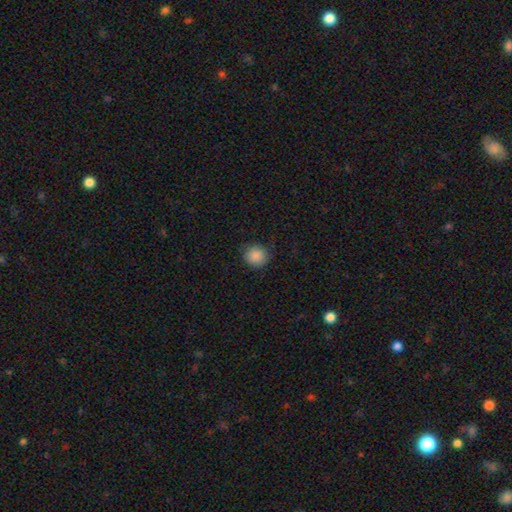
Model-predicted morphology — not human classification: This appears to be a smooth galaxy with no disk features (88%) that is round (90%). Merging: none (86%).